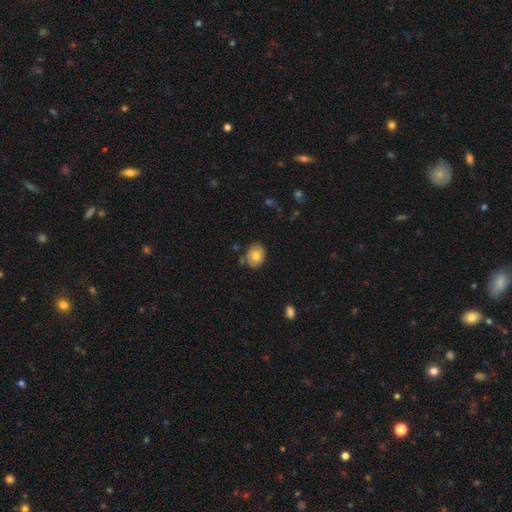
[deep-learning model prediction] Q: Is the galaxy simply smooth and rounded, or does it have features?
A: smooth — 71%.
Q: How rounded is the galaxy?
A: in between — 55%.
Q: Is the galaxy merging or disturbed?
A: none — 70%.